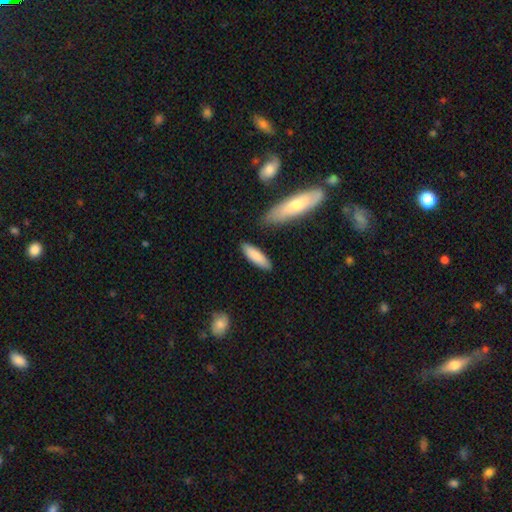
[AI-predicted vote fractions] Overall: smooth (84%). How rounded: cigar-shaped (57%; in between 41%). Merging: none (84%).